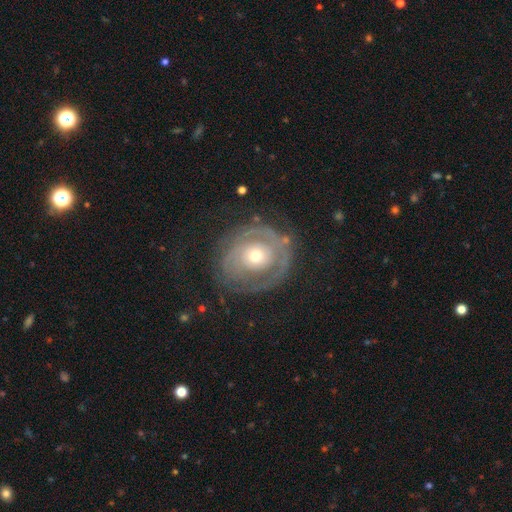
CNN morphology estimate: Smooth or featured: featured or disk — 71% (smooth — 22%)
Edge-on disk: no — 96% (yes — 4%)
Bar: no — 85% (weak — 11%)
Spiral arms: yes — 61% (no — 39%)
Bulge size: moderate — 50% (small — 43%)
Merging: none — 65% (minor disturbance — 19%)